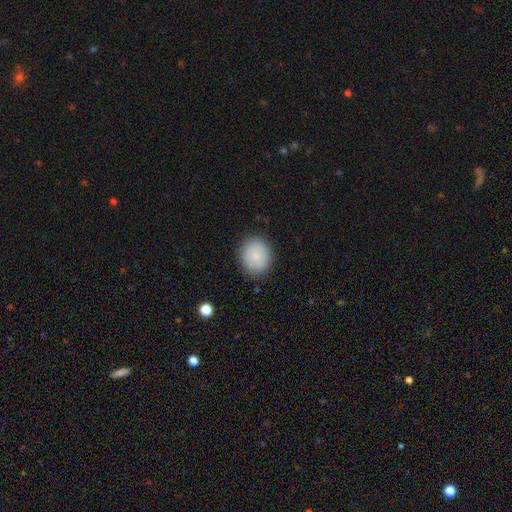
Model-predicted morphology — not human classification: A smooth galaxy with no disk features (86%) that is round (67%). Merging: none (86%).